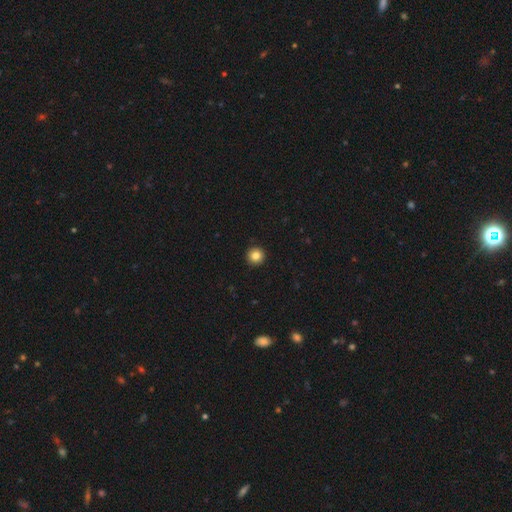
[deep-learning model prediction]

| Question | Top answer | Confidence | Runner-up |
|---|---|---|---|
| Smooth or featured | smooth | 84% | star or artifact (10%) |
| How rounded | round | 96% | in between (3%) |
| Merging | none | 94% | minor disturbance (4%) |